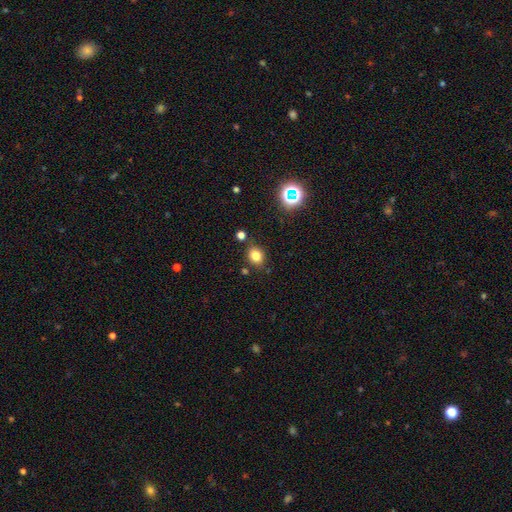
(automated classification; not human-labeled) Smooth or featured? Predicted: smooth (p=0.78). How rounded? Predicted: round (p=0.55). Merging? Predicted: none (p=0.79).